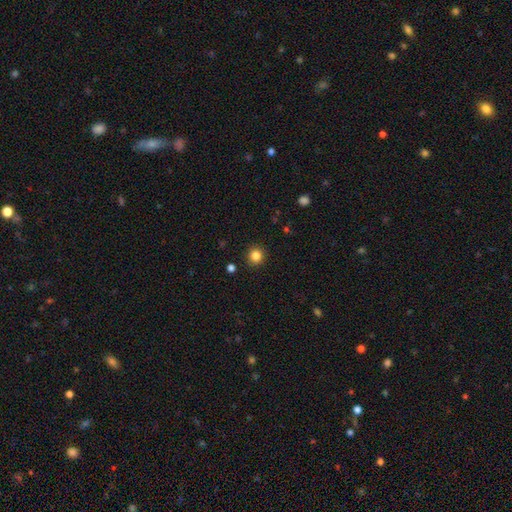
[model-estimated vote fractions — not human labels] Smooth or featured? smooth (84%)
How rounded? round (92%)
Merging? none (91%)